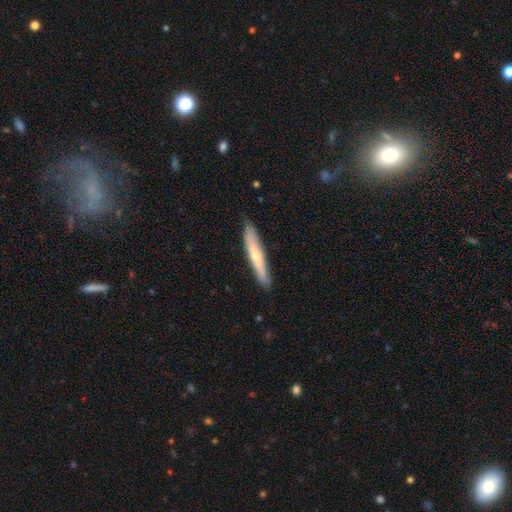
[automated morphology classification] Smooth or featured? Predicted: smooth (p=0.49). Merging? Predicted: none (p=0.87).